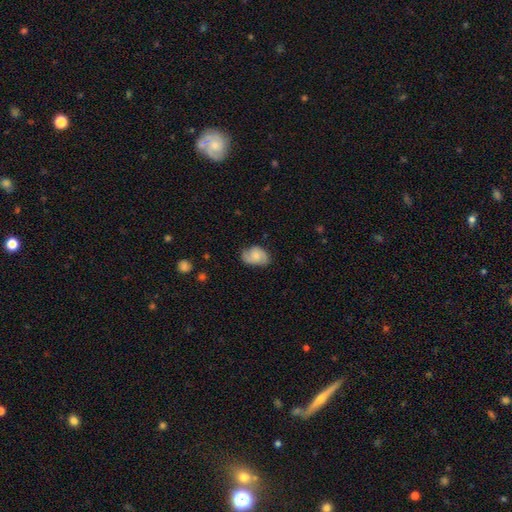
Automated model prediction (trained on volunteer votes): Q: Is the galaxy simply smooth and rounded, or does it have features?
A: smooth — 52%.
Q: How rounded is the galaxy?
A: in between — 80%.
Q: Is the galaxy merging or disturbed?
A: none — 66%.